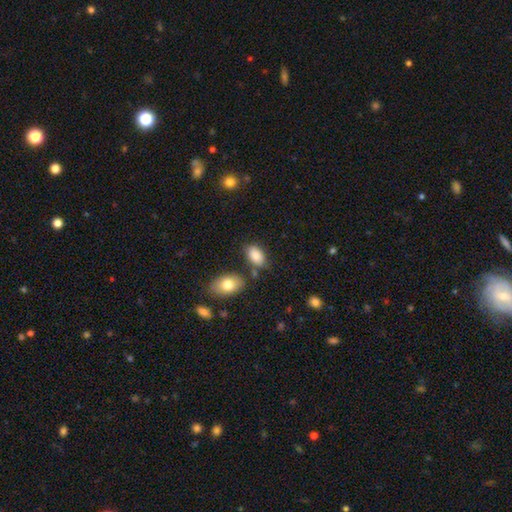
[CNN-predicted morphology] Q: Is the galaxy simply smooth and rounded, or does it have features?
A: smooth — 86%.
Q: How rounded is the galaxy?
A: in between — 92%.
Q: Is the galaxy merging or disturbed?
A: none — 70%.